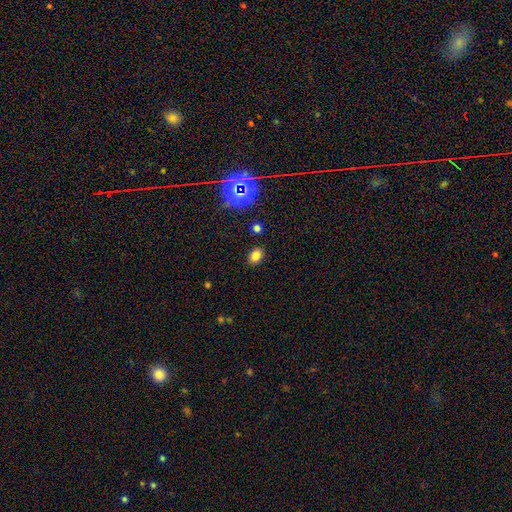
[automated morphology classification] Smooth or featured: smooth — 77% (star or artifact — 17%)
How rounded: in between — 63% (round — 36%)
Merging: none — 86% (minor disturbance — 9%)